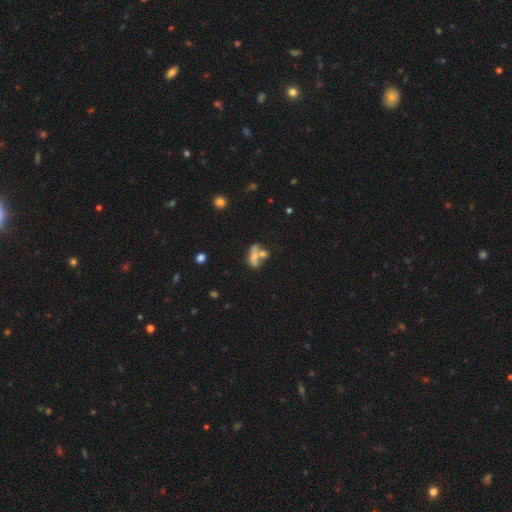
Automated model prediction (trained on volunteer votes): A smooth galaxy with no disk features (51%) that is in between round and cigar-shaped (69%). Merging: merger (48%).